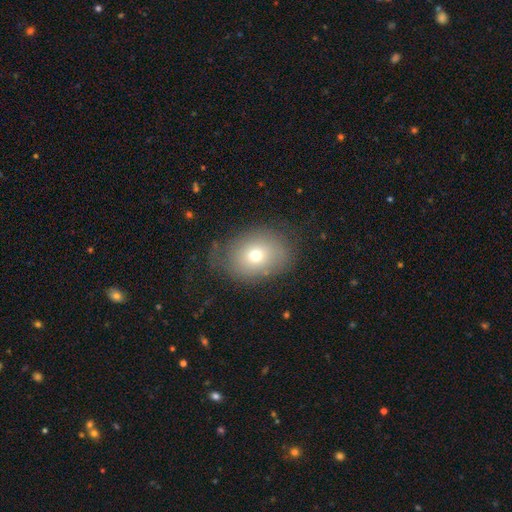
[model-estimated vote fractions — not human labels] Smooth or featured?
  - smooth: 67% *
  - featured or disk: 19%
  - star or artifact: 13%
How rounded?
  - in between: 53% *
  - round: 46%
  - cigar-shaped: 1%
Merging?
  - none: 71% *
  - minor disturbance: 19%
  - major disturbance: 9%
  - merger: 1%